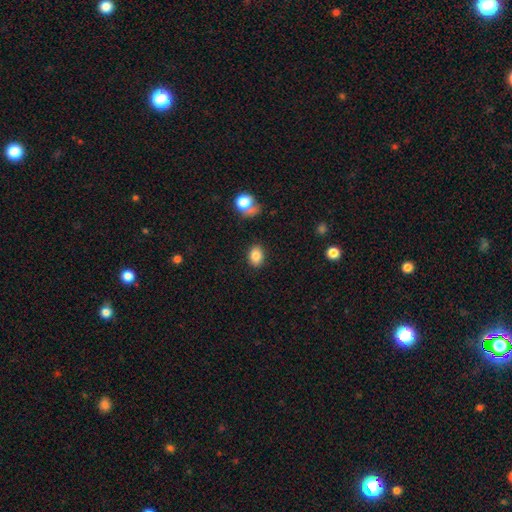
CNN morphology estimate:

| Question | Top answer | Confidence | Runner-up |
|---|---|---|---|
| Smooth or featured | smooth | 85% | star or artifact (9%) |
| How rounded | in between | 64% | round (35%) |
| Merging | none | 84% | minor disturbance (9%) |